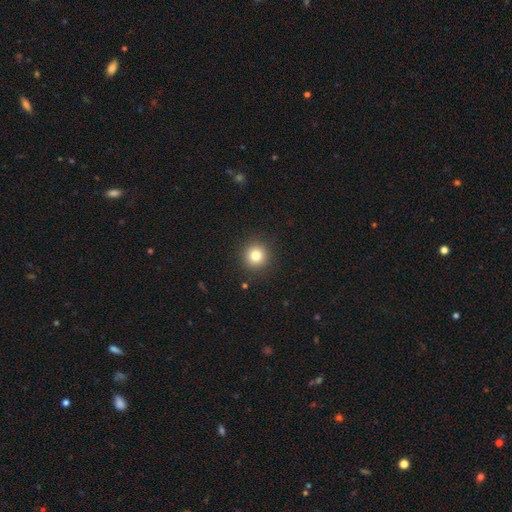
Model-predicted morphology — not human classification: Q: Smooth or featured?
A: smooth (80%); runner-up: star or artifact (12%)
Q: How rounded?
A: round (94%); runner-up: in between (5%)
Q: Merging?
A: none (91%); runner-up: minor disturbance (6%)